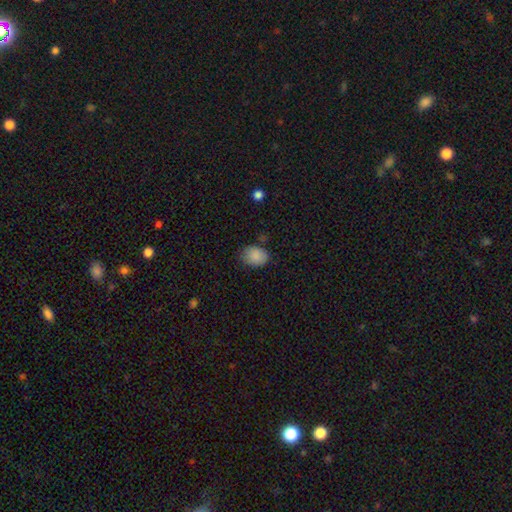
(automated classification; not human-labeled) Overall: smooth (87%). How rounded: in between (59%; round 40%). Merging: none (73%).